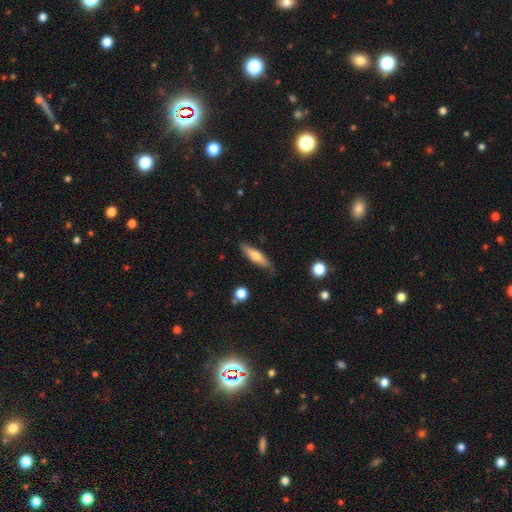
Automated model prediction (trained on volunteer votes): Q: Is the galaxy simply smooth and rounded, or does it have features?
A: smooth — 59%.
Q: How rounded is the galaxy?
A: cigar-shaped — 73%.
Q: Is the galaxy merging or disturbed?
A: none — 80%.